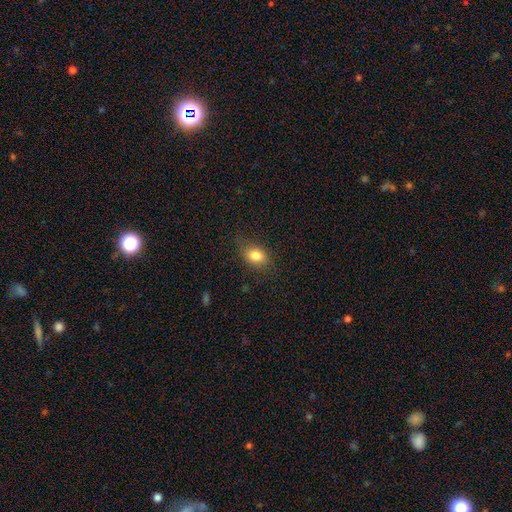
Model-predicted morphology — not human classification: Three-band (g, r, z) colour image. It shows a smooth galaxy with no disk features (81%) that is in between round and cigar-shaped (71%). Merging: none (73%).